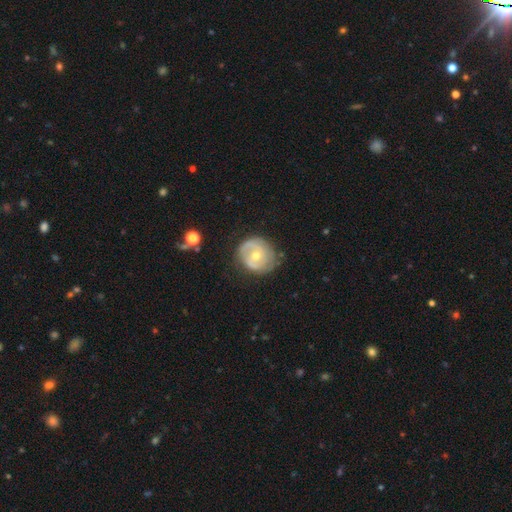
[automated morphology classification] Smooth or featured?
  - featured or disk: 68% *
  - smooth: 26%
  - star or artifact: 6%
Edge-on disk?
  - no: 97% *
  - yes: 3%
Bar?
  - no: 67% *
  - weak: 26%
  - strong: 6%
Spiral arms?
  - yes: 73% *
  - no: 27%
Bulge size?
  - moderate: 65% *
  - small: 31%
  - large: 2%
  - none: 1%
  - dominant: 1%
Merging?
  - none: 70% *
  - minor disturbance: 21%
  - major disturbance: 7%
  - merger: 2%